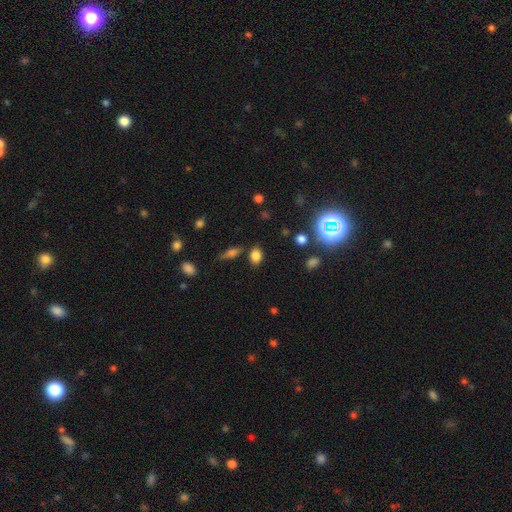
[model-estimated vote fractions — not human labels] This is likely a smooth galaxy (79%). How rounded: likely in between (79%). Merging: likely none (77%).